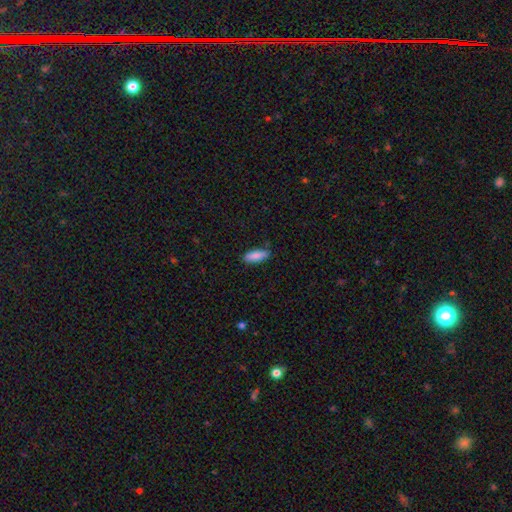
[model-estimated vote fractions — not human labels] Smooth or featured: smooth — 87% (featured or disk — 6%)
How rounded: in between — 62% (cigar-shaped — 37%)
Merging: none — 82% (minor disturbance — 13%)